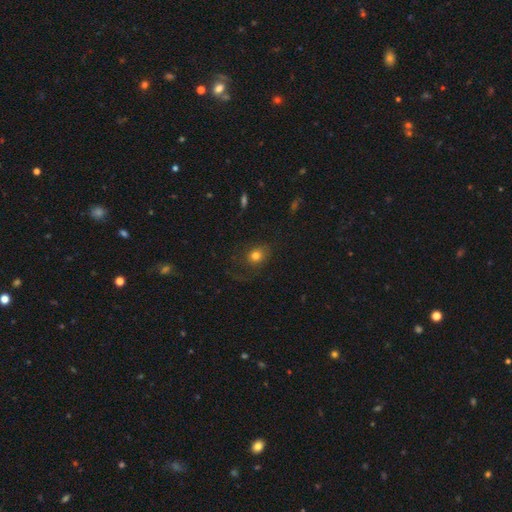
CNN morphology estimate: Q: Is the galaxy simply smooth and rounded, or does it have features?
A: smooth — 74%.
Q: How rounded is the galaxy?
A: round — 62%.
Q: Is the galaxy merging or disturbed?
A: none — 61%.